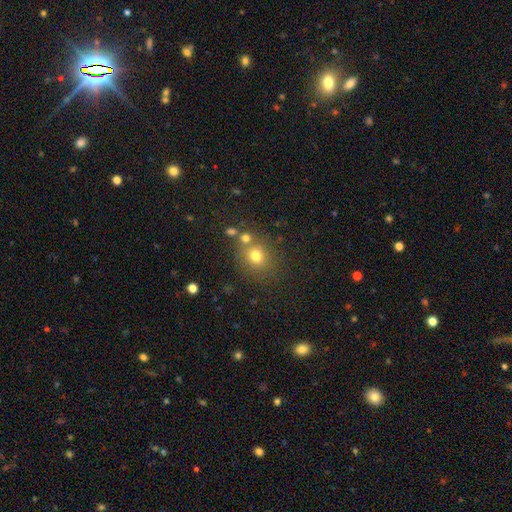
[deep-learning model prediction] Smooth or featured? smooth (72%)
How rounded? round (75%)
Merging? none (67%)